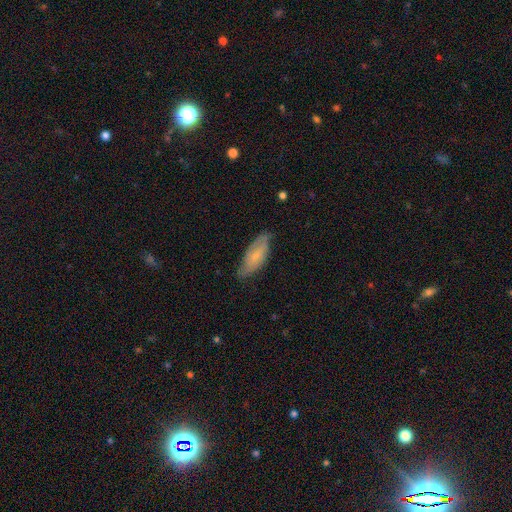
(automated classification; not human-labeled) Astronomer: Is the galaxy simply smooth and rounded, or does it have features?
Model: smooth — 51% (runner-up: featured or disk, 43%).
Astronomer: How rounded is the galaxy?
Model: in between — 74%.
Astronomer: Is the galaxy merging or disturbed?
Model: none — 70%.